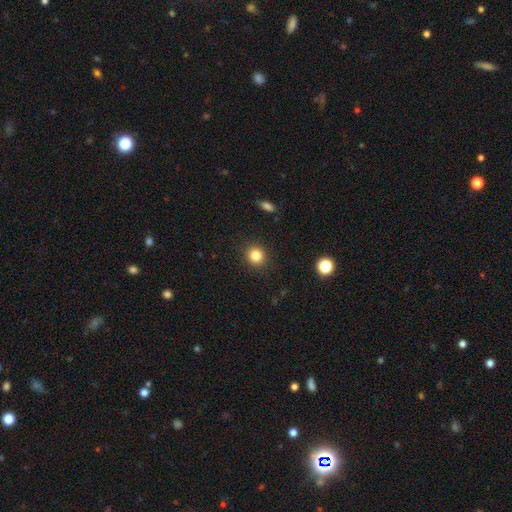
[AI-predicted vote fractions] smooth_or_featured: smooth (p=0.83) [alt: star or artifact p=0.12]
how_rounded: round (p=0.87) [alt: in between p=0.13]
merging: none (p=0.90) [alt: minor disturbance p=0.06]